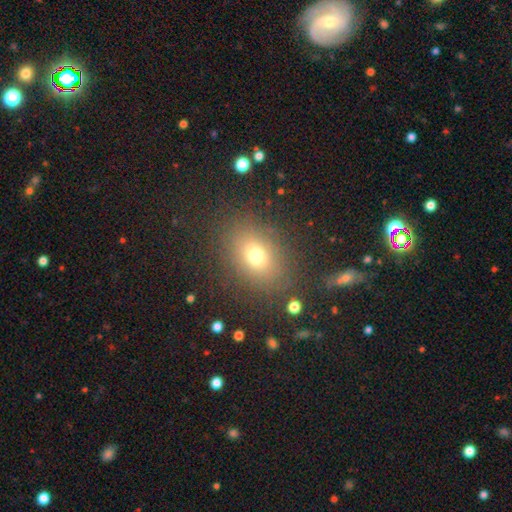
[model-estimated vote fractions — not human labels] smooth 71%, star or artifact 16%, featured or disk 13%. Down the decision tree: how rounded — in between (64%); merging — none (83%).